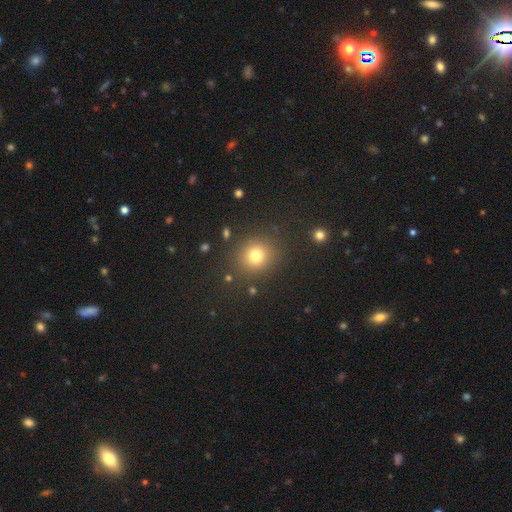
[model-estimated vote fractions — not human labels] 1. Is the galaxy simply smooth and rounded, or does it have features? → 77% smooth, 16% star or artifact, 7% featured or disk.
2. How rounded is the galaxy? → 84% round, 15% in between, 1% cigar-shaped.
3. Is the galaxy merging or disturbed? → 85% none, 8% minor disturbance, 4% major disturbance, 3% merger.